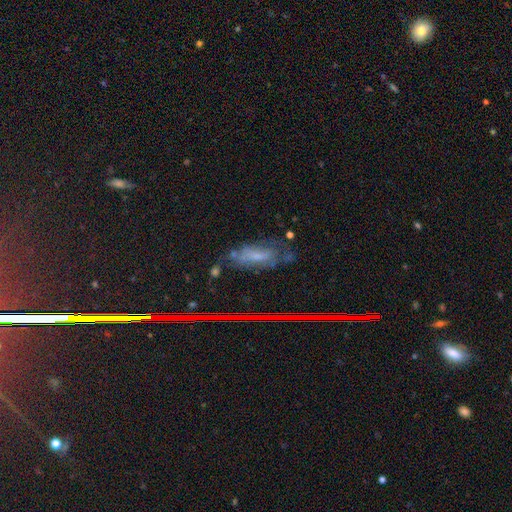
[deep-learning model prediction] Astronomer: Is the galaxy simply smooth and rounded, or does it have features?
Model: featured or disk — 42% (runner-up: smooth, 38%).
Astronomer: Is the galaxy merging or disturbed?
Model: none — 55%.